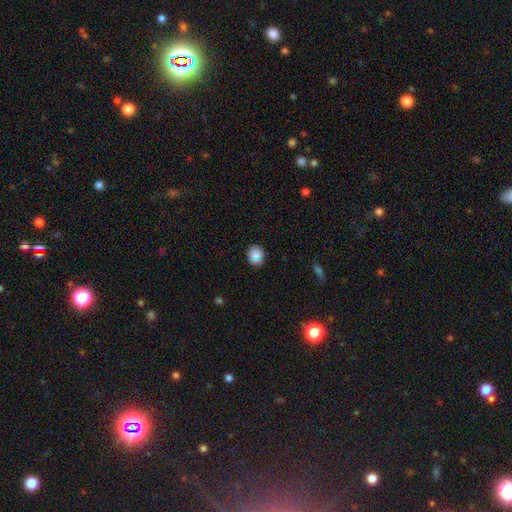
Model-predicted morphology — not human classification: Q: Smooth or featured?
A: smooth (82%); runner-up: star or artifact (10%)
Q: How rounded?
A: round (71%); runner-up: in between (28%)
Q: Merging?
A: none (80%); runner-up: minor disturbance (14%)